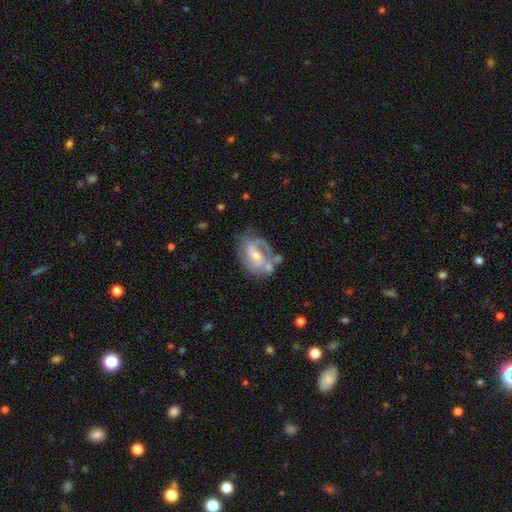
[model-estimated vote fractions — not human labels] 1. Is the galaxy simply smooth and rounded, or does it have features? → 82% featured or disk, 13% smooth, 6% star or artifact.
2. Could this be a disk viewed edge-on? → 97% no, 3% yes.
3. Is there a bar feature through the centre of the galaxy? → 47% no, 41% weak, 12% strong.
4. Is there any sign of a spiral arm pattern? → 90% yes, 10% no.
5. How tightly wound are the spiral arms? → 45% medium, 38% tight, 17% loose.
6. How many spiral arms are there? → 54% 2, 18% can't tell, 13% 1, 12% 3, 2% 4, 2% more than 4.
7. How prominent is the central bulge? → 49% moderate, 46% small, 2% large, 2% none, 1% dominant.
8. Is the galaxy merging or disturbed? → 47% none, 22% minor disturbance, 17% major disturbance, 14% merger.